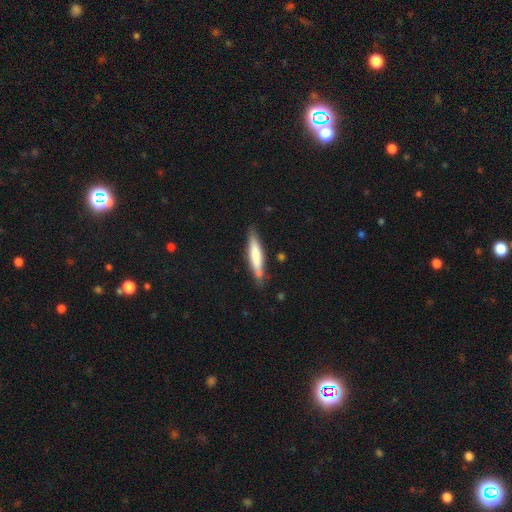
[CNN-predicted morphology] This appears to be a smooth galaxy with no disk features (66%) that is cigar-shaped (86%). Merging: none (78%).